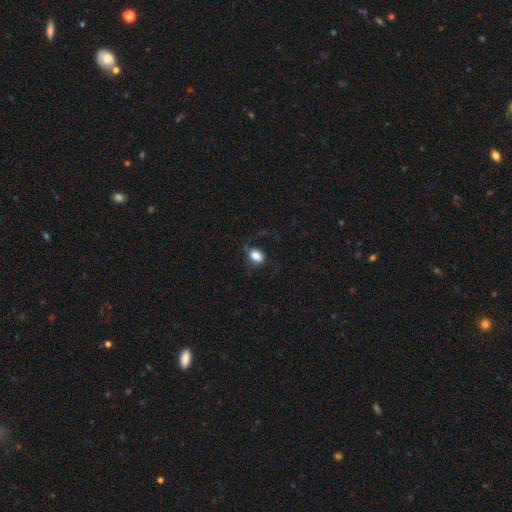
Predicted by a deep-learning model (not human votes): Q: Smooth or featured?
A: smooth (81%); runner-up: featured or disk (11%)
Q: How rounded?
A: in between (71%); runner-up: round (27%)
Q: Merging?
A: none (56%); runner-up: minor disturbance (22%)